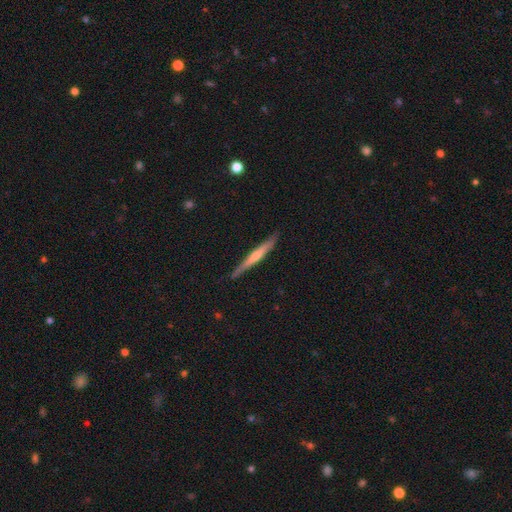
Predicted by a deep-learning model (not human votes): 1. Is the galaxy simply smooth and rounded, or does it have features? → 62% featured or disk, 32% smooth, 6% star or artifact.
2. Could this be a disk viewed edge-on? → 97% yes, 3% no.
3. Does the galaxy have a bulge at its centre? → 53% rounded, 37% none, 9% boxy.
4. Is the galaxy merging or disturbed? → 89% none, 8% minor disturbance, 1% major disturbance, 1% merger.